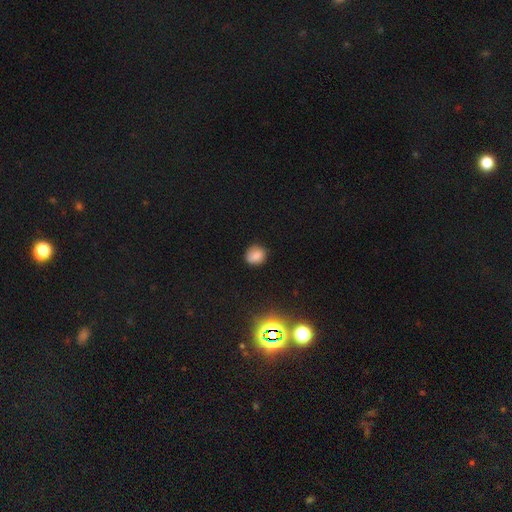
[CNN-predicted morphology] Smooth or featured: smooth — 80% (star or artifact — 13%)
How rounded: round — 73% (in between — 26%)
Merging: none — 80% (minor disturbance — 16%)